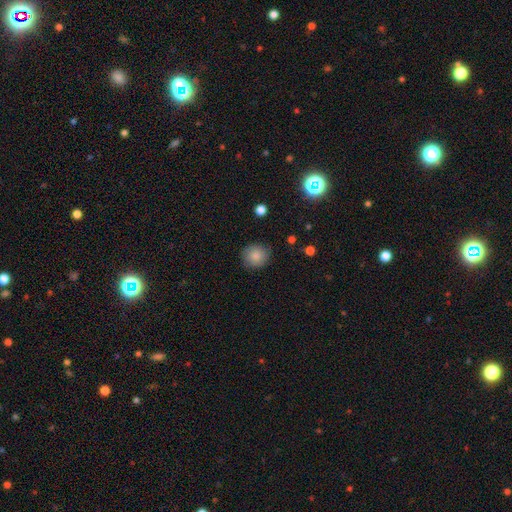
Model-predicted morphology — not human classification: Smooth or featured: smooth — 85% (star or artifact — 9%)
How rounded: round — 88% (in between — 11%)
Merging: none — 85% (minor disturbance — 11%)